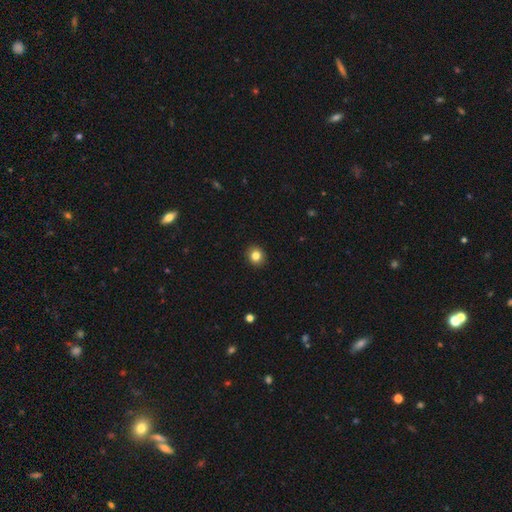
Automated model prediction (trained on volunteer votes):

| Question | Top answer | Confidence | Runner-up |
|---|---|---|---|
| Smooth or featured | smooth | 83% | star or artifact (11%) |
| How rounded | round | 82% | in between (17%) |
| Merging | none | 92% | minor disturbance (6%) |